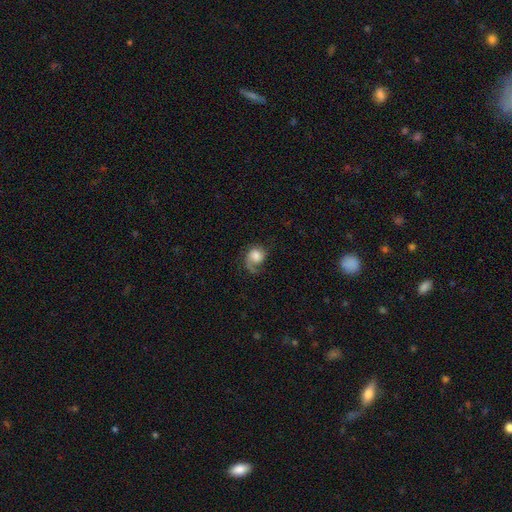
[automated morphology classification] smooth_or_featured: featured or disk (p=0.51) [alt: smooth p=0.41]
disk_edge_on: no (p=0.97) [alt: yes p=0.03]
merging: none (p=0.42) [alt: major disturbance p=0.33]